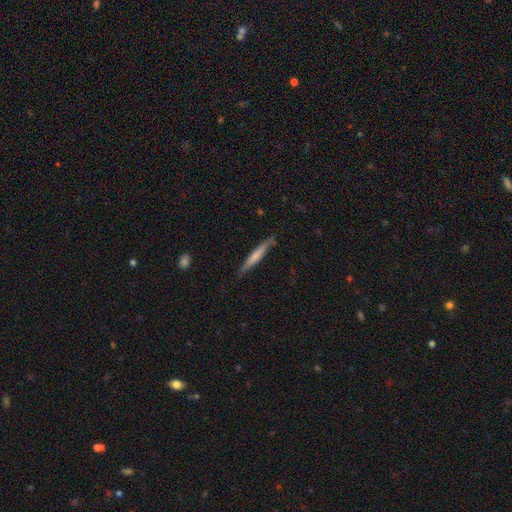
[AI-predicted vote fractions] smooth 59%, featured or disk 36%, star or artifact 6%. Down the decision tree: how rounded — cigar-shaped (95%); merging — none (84%).